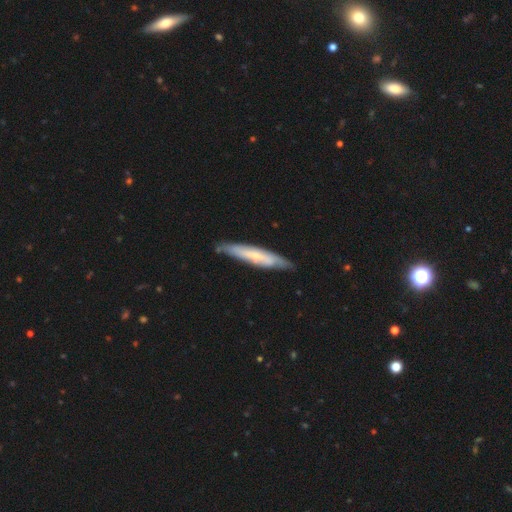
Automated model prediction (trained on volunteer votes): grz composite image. It shows a featured or disk galaxy (50%) viewed edge-on (70%). Merging: none (81%).